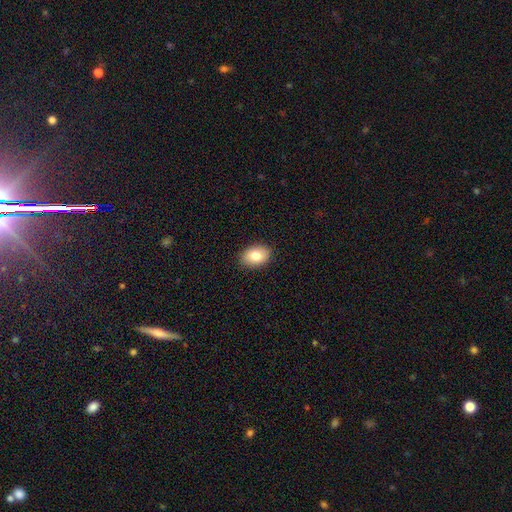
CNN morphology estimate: This appears to be a smooth galaxy with no disk features (80%) that is in between round and cigar-shaped (82%). Merging: none (89%).